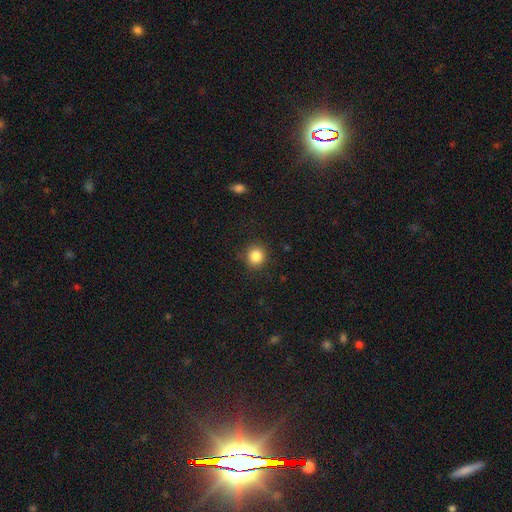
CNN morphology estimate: type=smooth (85%); roundness=round (89%); merging=none (88%).